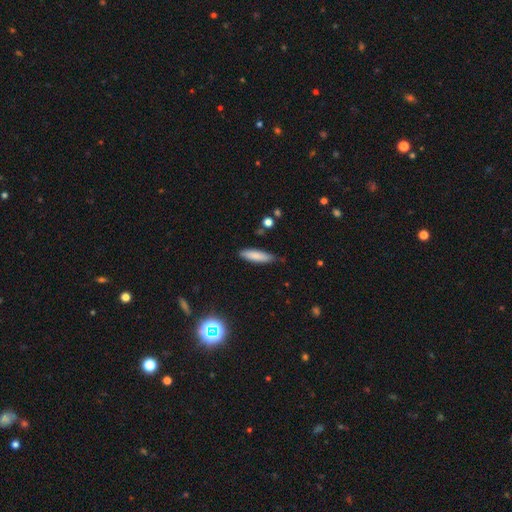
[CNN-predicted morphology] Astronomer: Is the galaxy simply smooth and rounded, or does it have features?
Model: smooth — 83%.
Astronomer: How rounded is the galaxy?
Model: cigar-shaped — 67%.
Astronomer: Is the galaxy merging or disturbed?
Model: none — 80%.